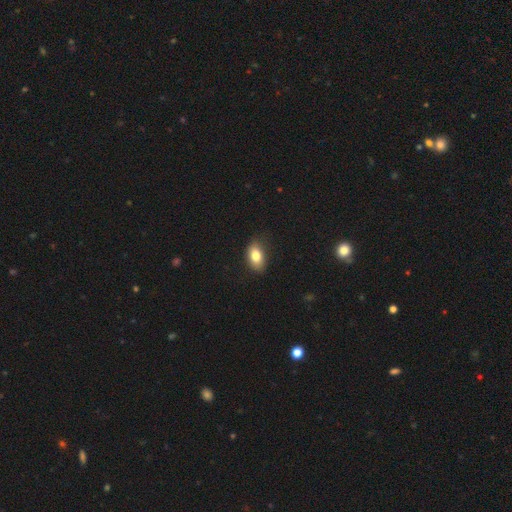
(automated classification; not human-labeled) A smooth galaxy with no disk features (80%) that is in between round and cigar-shaped (88%).

Vote fractions:
- Smooth or featured? smooth: 80% / featured or disk: 11% / star or artifact: 8%
- How rounded? in between: 88% / round: 10% / cigar-shaped: 2%
- Merging? none: 80% / minor disturbance: 16% / major disturbance: 3% / merger: 1%